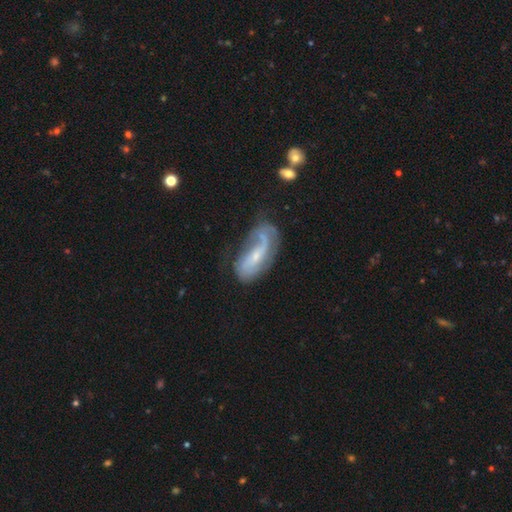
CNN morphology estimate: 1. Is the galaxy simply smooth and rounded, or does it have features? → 74% featured or disk, 19% smooth, 7% star or artifact.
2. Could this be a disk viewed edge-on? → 92% no, 8% yes.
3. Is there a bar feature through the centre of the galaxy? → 42% no, 37% weak, 21% strong.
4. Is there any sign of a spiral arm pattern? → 87% yes, 13% no.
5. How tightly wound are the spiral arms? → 43% loose, 36% medium, 21% tight.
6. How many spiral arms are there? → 53% 2, 26% 1, 15% can't tell, 3% 3, 1% 4, 1% more than 4.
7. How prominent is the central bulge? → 73% small, 20% moderate, 5% none, 2% large, 1% dominant.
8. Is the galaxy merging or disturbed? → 45% none, 27% minor disturbance, 23% major disturbance, 5% merger.